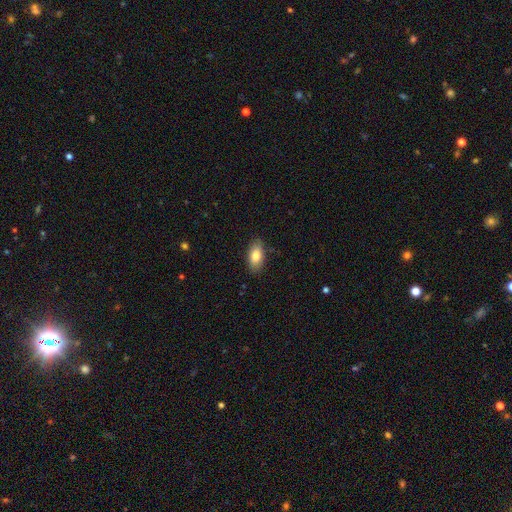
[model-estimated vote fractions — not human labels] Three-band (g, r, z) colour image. It shows a smooth galaxy with no disk features (83%) that is in between round and cigar-shaped (91%). Merging: none (85%).